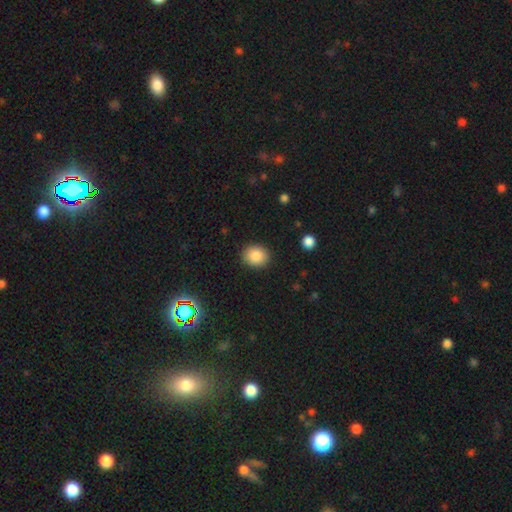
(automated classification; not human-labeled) Morphology: type=smooth (87%); roundness=round (71%); merging=none (90%).